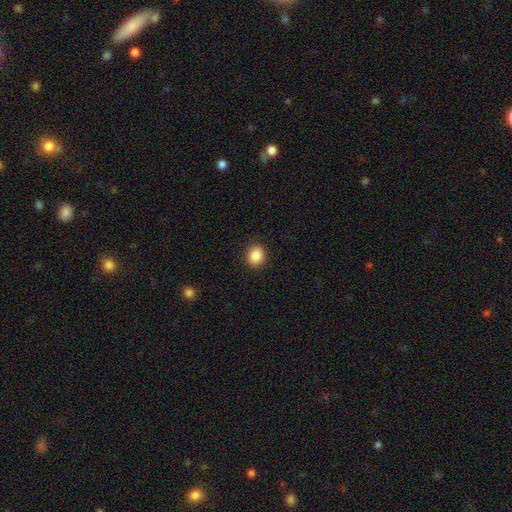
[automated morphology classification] Q: Smooth or featured?
A: smooth (88%); runner-up: star or artifact (9%)
Q: How rounded?
A: round (72%); runner-up: in between (27%)
Q: Merging?
A: none (91%); runner-up: minor disturbance (6%)